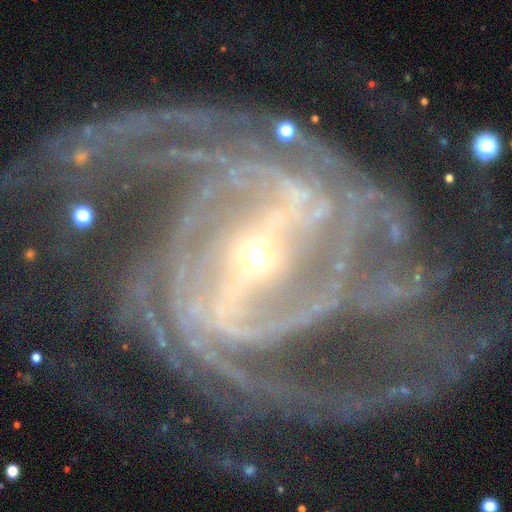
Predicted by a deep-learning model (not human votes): Smooth or featured: featured or disk — 92% (star or artifact — 6%)
Edge-on disk: no — 97% (yes — 3%)
Bar: strong — 74% (weak — 20%)
Spiral arms: yes — 98% (no — 2%)
Spiral winding: medium — 47% (tight — 35%)
Spiral arm count: 2 — 33% (3 — 17%)
Bulge size: small — 77% (moderate — 18%)
Merging: none — 59% (major disturbance — 23%)